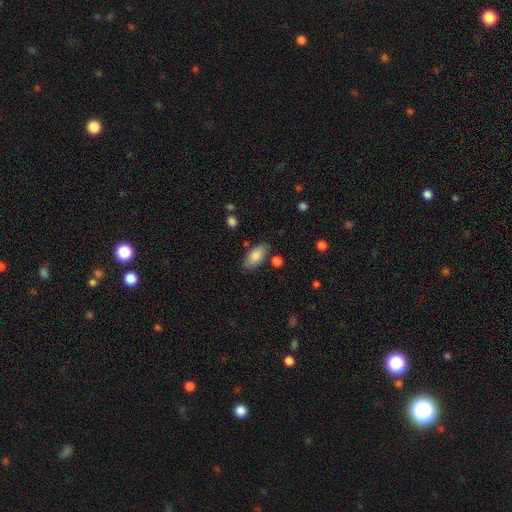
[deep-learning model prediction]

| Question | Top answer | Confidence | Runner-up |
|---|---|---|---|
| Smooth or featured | smooth | 85% | featured or disk (9%) |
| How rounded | in between | 91% | cigar-shaped (6%) |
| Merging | none | 79% | minor disturbance (13%) |